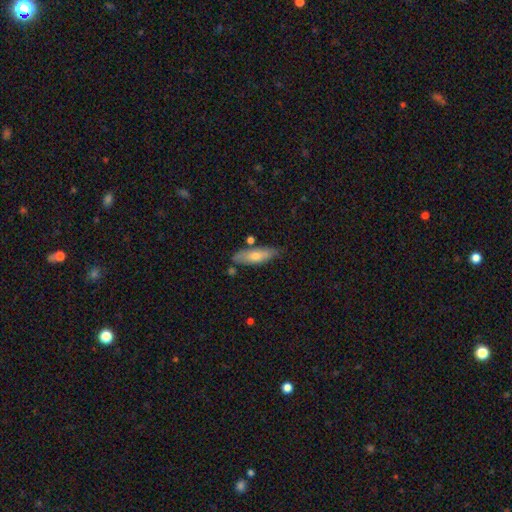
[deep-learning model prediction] Overall: smooth (62%; featured or disk 31%). How rounded: cigar-shaped (55%; in between 43%). Merging: none (76%).